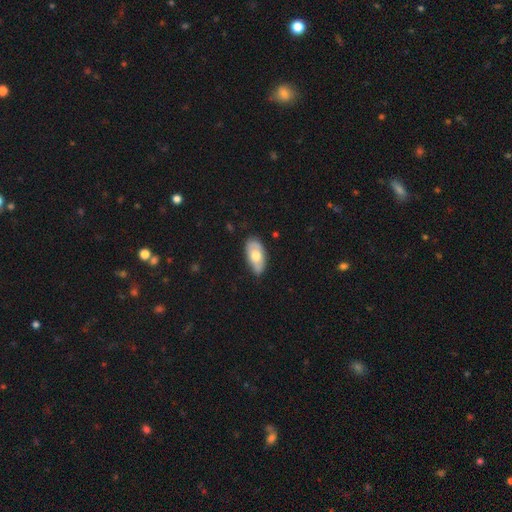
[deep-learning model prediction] The model was most divided on "smooth or featured": smooth: 61%, featured or disk: 34%, star or artifact: 6%. More confident: how rounded — in between (92%); merging — none (70%).